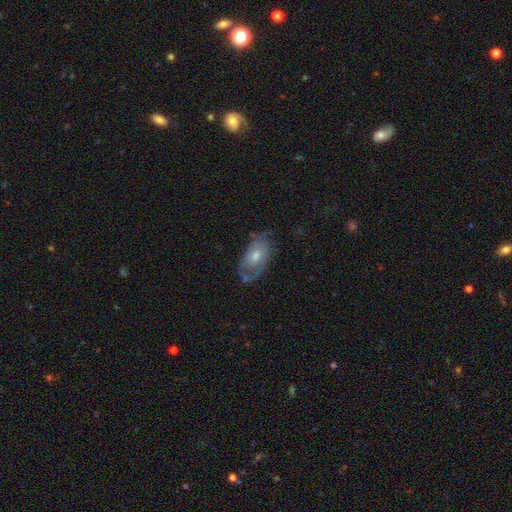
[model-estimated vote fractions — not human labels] featured or disk 48%, smooth 43%, star or artifact 9%. Down the decision tree: merging — none (60%).